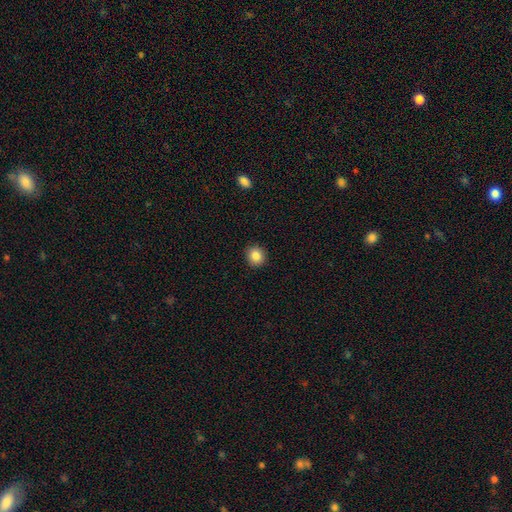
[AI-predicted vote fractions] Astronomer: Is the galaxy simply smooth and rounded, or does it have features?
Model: smooth — 85%.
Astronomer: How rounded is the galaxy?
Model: round — 86%.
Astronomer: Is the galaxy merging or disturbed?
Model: none — 92%.